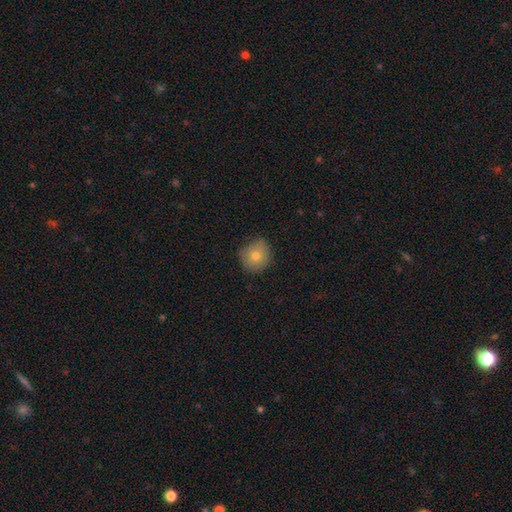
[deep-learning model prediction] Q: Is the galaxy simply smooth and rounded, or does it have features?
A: smooth — 76%.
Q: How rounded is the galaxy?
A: round — 90%.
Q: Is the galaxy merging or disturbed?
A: none — 81%.